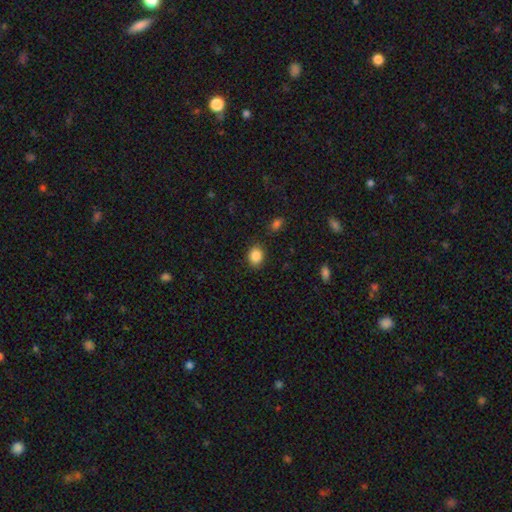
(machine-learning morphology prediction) Q: Smooth or featured?
A: smooth (87%); runner-up: star or artifact (9%)
Q: How rounded?
A: round (51%); runner-up: in between (48%)
Q: Merging?
A: none (86%); runner-up: minor disturbance (10%)